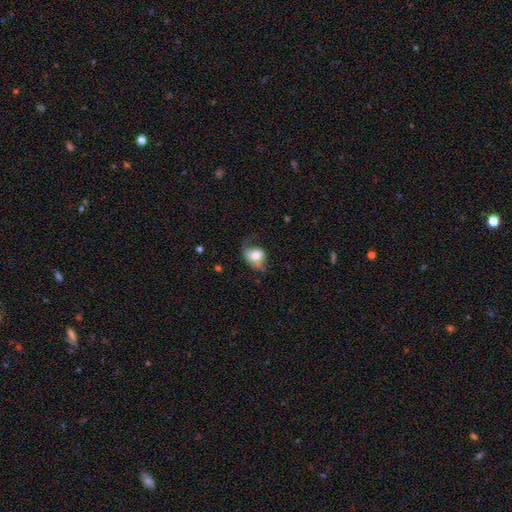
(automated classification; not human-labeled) Morphology: type=smooth (64%); roundness=in between (60%); merging=none (38%).